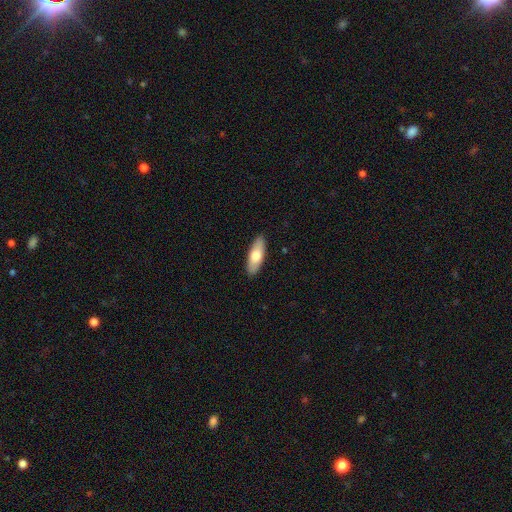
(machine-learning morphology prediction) This is likely a smooth galaxy (71%). How rounded: likely in between (66%). Merging: clearly none (90%).